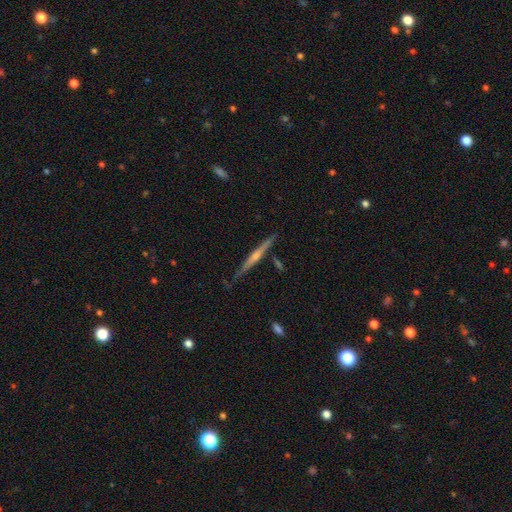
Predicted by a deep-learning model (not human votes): A featured or disk galaxy (75%) viewed edge-on (98%) with a rounded central bulge (74%). Merging: none (87%).